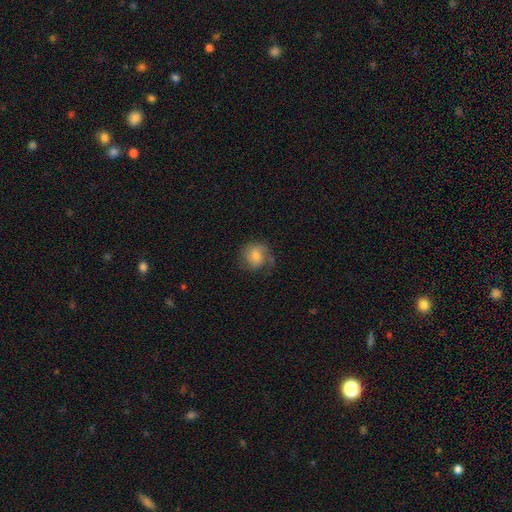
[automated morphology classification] smooth-or-featured: smooth: 48% | featured or disk: 43% | star or artifact: 9%
  merging: none: 61% | minor disturbance: 22% | major disturbance: 15% | merger: 2%